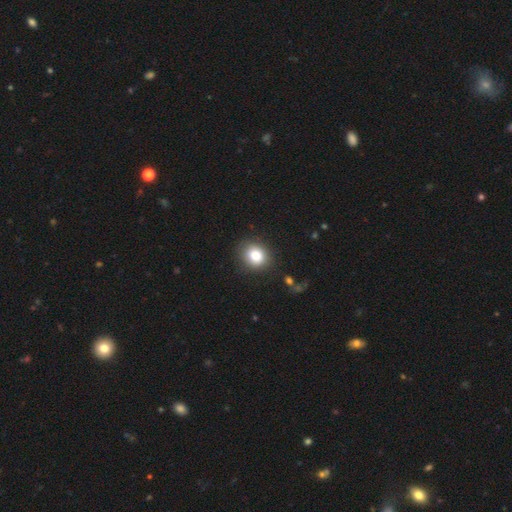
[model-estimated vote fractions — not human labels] Smooth or featured: smooth — 82% (star or artifact — 10%)
How rounded: round — 68% (in between — 31%)
Merging: none — 85% (minor disturbance — 10%)